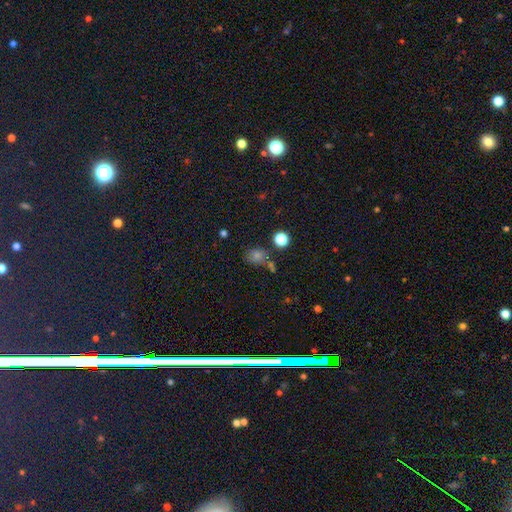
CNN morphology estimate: Smooth or featured?
  - smooth: 72% *
  - star or artifact: 21%
  - featured or disk: 8%
How rounded?
  - round: 61% *
  - in between: 38%
  - cigar-shaped: 1%
Merging?
  - none: 66% *
  - minor disturbance: 15%
  - merger: 13%
  - major disturbance: 6%